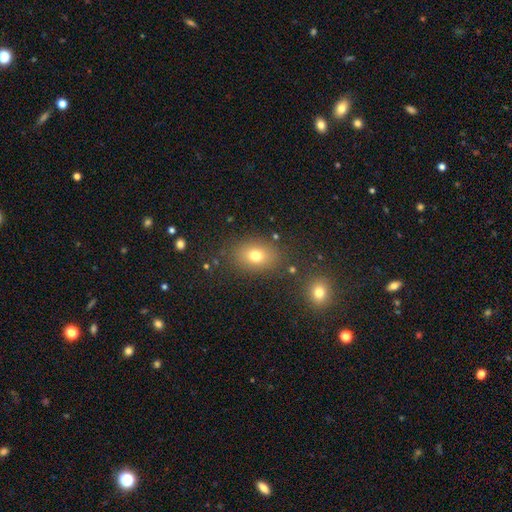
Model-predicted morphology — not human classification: This appears to be a smooth galaxy with no disk features (74%) that is in between round and cigar-shaped (65%). Merging: none (80%).